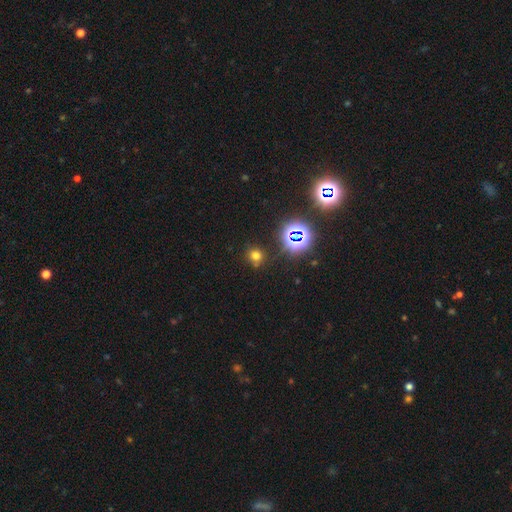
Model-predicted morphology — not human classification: This is likely a smooth galaxy (63%). How rounded: clearly round (85%). Merging: likely none (79%).